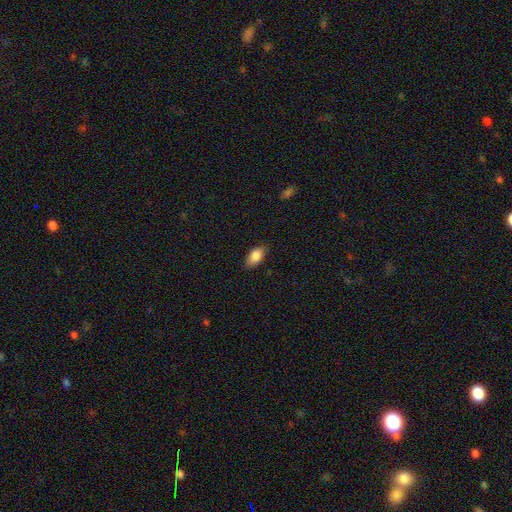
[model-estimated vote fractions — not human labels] Q: Smooth or featured?
A: smooth (85%); runner-up: featured or disk (8%)
Q: How rounded?
A: in between (90%); runner-up: cigar-shaped (5%)
Q: Merging?
A: none (83%); runner-up: minor disturbance (14%)